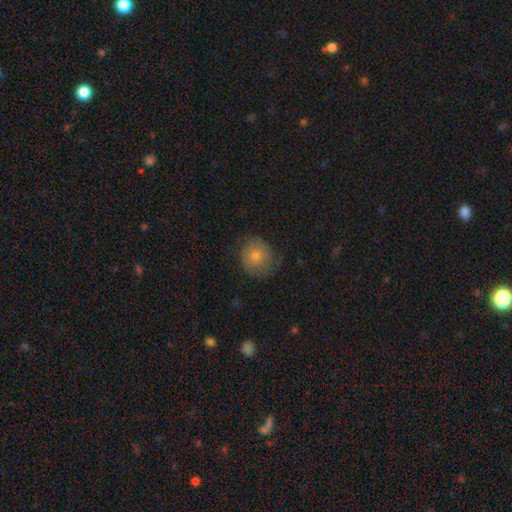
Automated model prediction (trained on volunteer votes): The model was most divided on "smooth or featured": smooth: 69%, featured or disk: 21%, star or artifact: 11%. More confident: how rounded — round (86%); merging — none (70%).